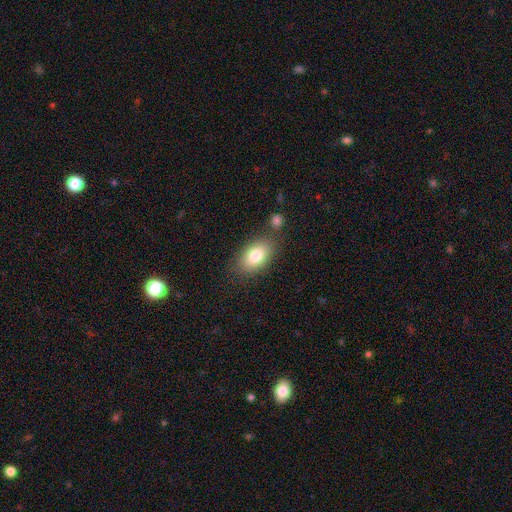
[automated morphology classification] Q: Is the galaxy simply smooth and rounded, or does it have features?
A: smooth — 81%.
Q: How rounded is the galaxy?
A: in between — 90%.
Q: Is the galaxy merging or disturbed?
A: none — 74%.